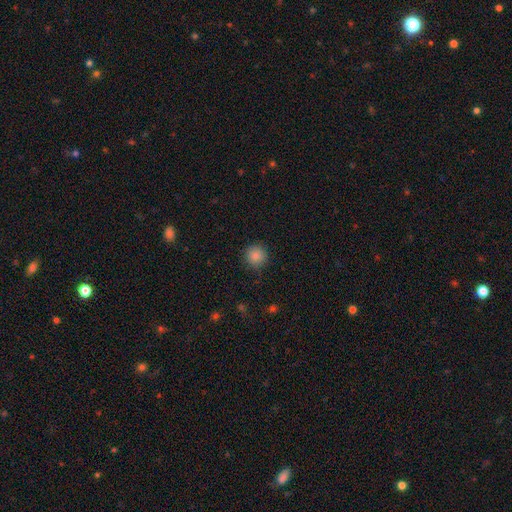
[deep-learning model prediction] Smooth or featured: smooth — 86% (star or artifact — 10%)
How rounded: round — 94% (in between — 5%)
Merging: none — 87% (minor disturbance — 9%)